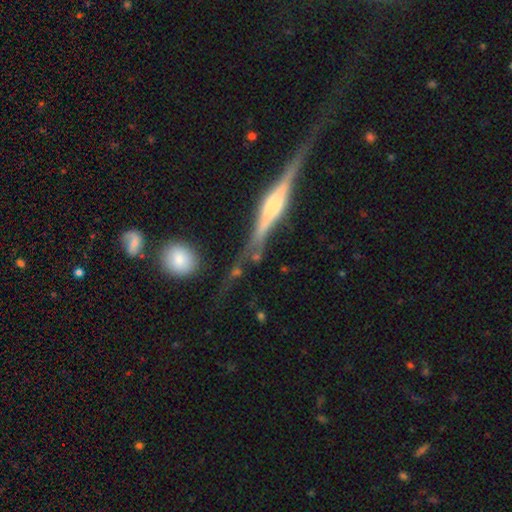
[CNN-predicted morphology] The model was most divided on "edge-on bulge": rounded: 63%, boxy: 30%, none: 7%. More confident: edge-on disk — yes (94%); smooth or featured — featured or disk (80%); merging — none (72%).